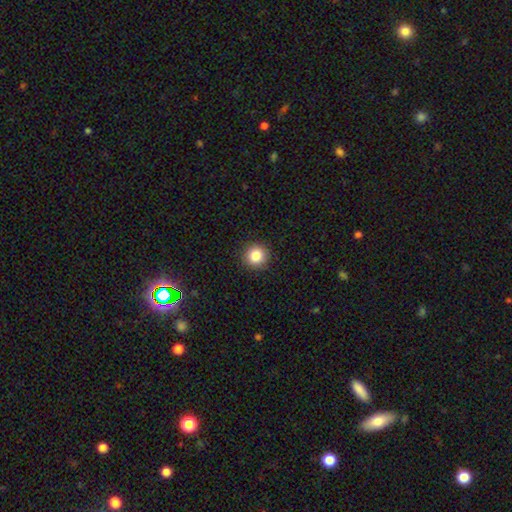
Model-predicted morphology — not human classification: The model was most divided on "smooth or featured": smooth: 85%, star or artifact: 10%, featured or disk: 5%. More confident: how rounded — round (94%); merging — none (92%).